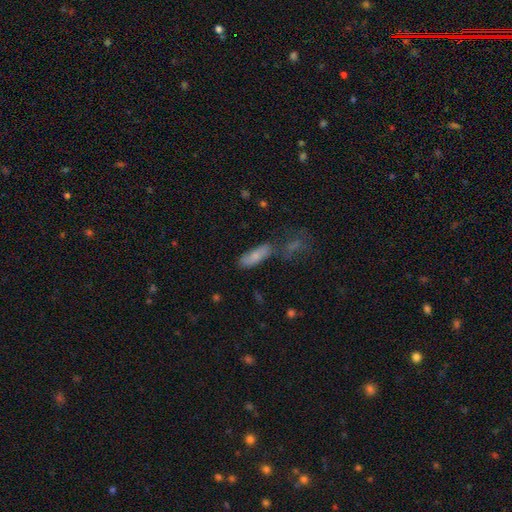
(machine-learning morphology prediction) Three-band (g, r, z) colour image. It shows a smooth galaxy with no disk features (72%) that is in between round and cigar-shaped (62%). Merging: none (50%).